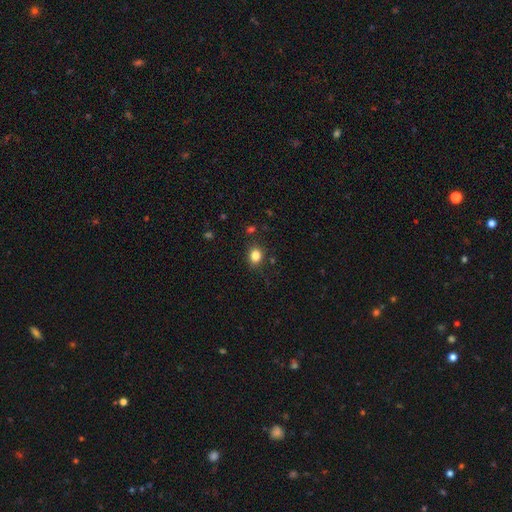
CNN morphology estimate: Smooth or featured?
  - smooth: 83% *
  - star or artifact: 11%
  - featured or disk: 5%
How rounded?
  - in between: 50% *
  - round: 49%
  - cigar-shaped: 1%
Merging?
  - none: 85% *
  - minor disturbance: 10%
  - major disturbance: 3%
  - merger: 2%